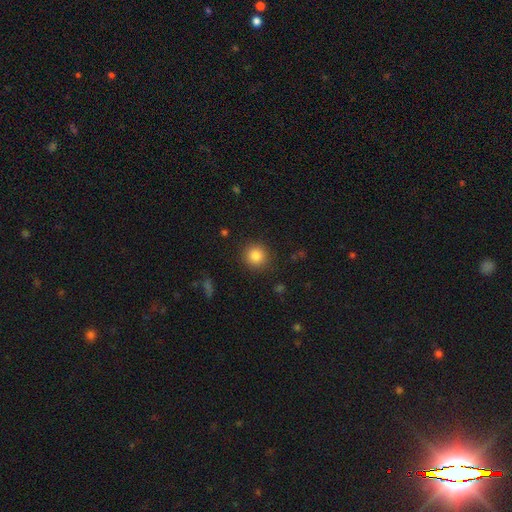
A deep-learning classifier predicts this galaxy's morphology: Smooth or featured: smooth — 84% (star or artifact — 11%)
How rounded: round — 94% (in between — 6%)
Merging: none — 89% (minor disturbance — 7%)